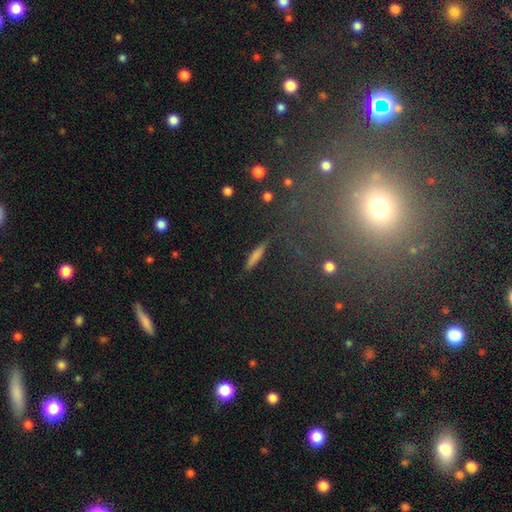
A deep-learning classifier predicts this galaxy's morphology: smooth 67%, featured or disk 22%, star or artifact 11%. Down the decision tree: how rounded — cigar-shaped (88%); merging — none (84%).